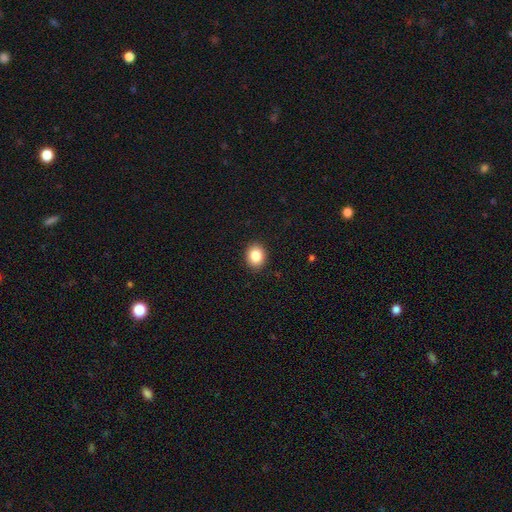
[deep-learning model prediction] smooth-or-featured: smooth: 86% | star or artifact: 9% | featured or disk: 5%
  how-rounded: round: 57% | in between: 42% | cigar-shaped: 1%
  merging: none: 91% | minor disturbance: 6% | major disturbance: 2% | merger: 1%